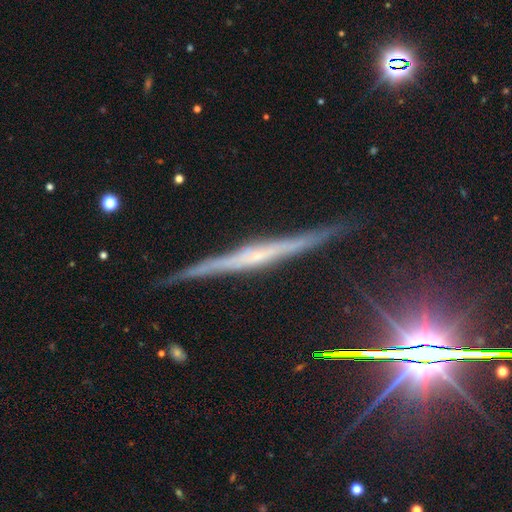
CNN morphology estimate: A featured or disk galaxy (74%) viewed edge-on (97%) with a rounded central bulge (42%). Merging: none (87%).